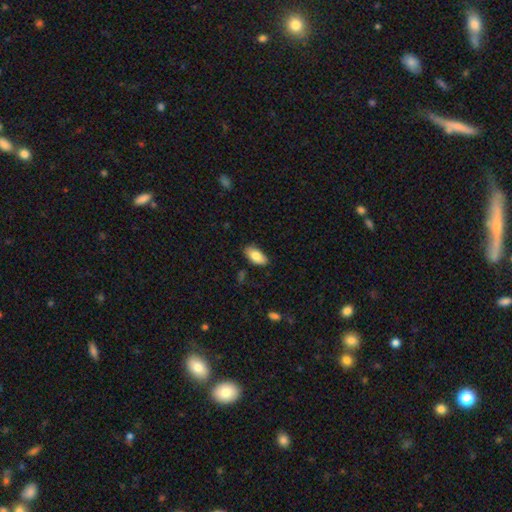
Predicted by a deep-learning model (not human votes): This is clearly a smooth galaxy (81%). How rounded: clearly in between (92%). Merging: clearly none (82%).